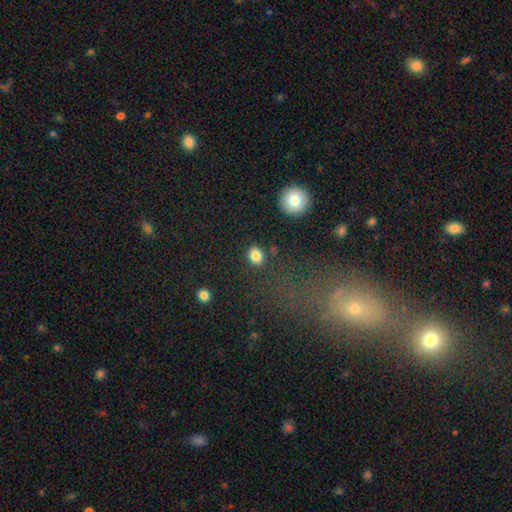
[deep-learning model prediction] smooth 84%, star or artifact 10%, featured or disk 6%. Down the decision tree: how rounded — round (55%); merging — none (85%).